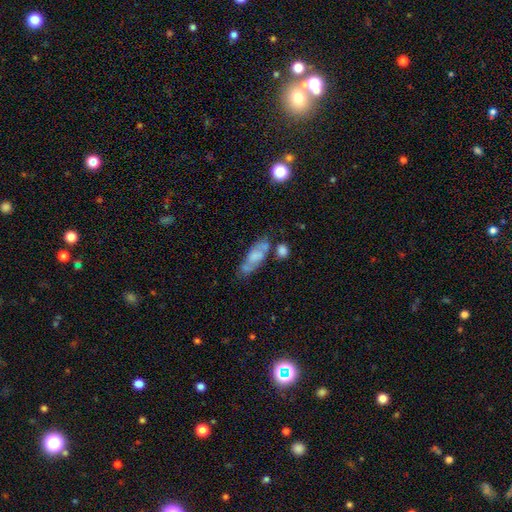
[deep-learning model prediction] This appears to be a smooth galaxy with no disk features (49%). Merging: none (49%).